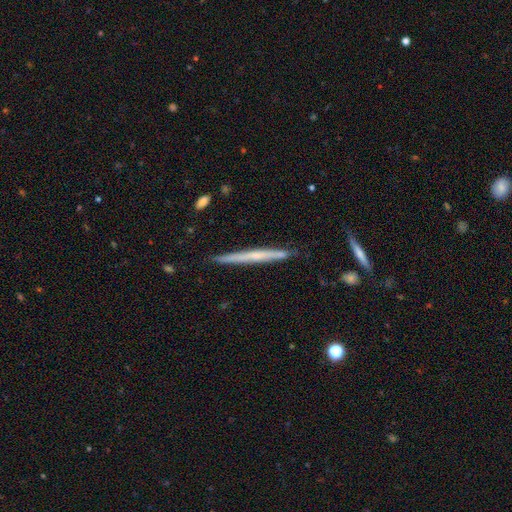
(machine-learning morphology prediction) A featured or disk galaxy (53%) viewed edge-on (97%) with no central bulge (73%).

Vote fractions:
- Smooth or featured? featured or disk: 53% / smooth: 41% / star or artifact: 6%
- Edge-on disk? yes: 97% / no: 3%
- Edge-on bulge? none: 73% / rounded: 21% / boxy: 5%
- Merging? none: 88% / minor disturbance: 9% / merger: 2% / major disturbance: 1%